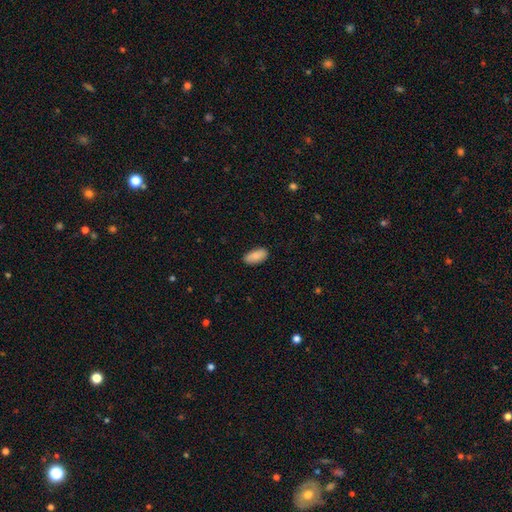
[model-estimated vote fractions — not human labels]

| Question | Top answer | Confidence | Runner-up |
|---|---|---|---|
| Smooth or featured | smooth | 85% | featured or disk (9%) |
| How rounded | in between | 91% | cigar-shaped (7%) |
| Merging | none | 87% | minor disturbance (10%) |